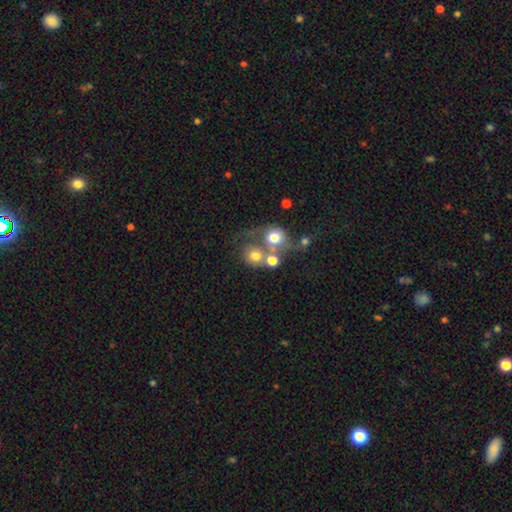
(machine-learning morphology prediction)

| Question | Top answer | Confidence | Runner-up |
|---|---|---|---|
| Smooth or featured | smooth | 68% | featured or disk (18%) |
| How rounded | round | 81% | in between (18%) |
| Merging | merger | 44% | none (36%) |